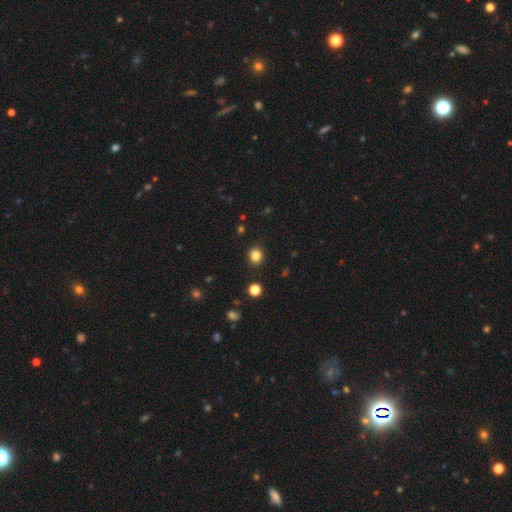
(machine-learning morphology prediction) smooth_or_featured: smooth (p=0.83) [alt: star or artifact p=0.13]
how_rounded: round (p=0.78) [alt: in between p=0.21]
merging: none (p=0.89) [alt: minor disturbance p=0.07]